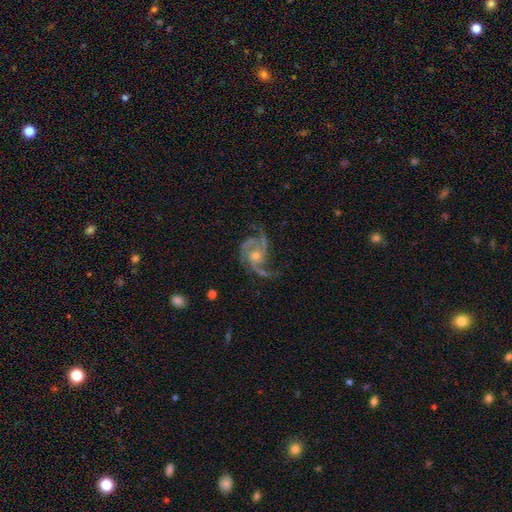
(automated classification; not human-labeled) featured or disk 90%, star or artifact 5%, smooth 4%. Down the decision tree: edge-on disk — no (98%); bar — no (70%); spiral arms — yes (98%); spiral arm count — 3 (55%); spiral winding — medium (53%); bulge size — small (48%, tied with moderate); merging — none (61%).